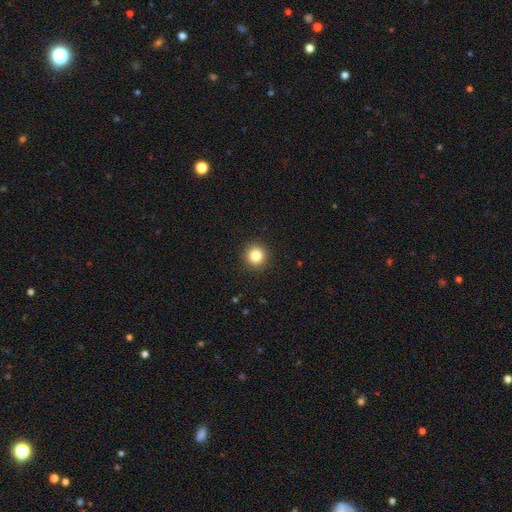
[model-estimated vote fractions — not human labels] smooth-or-featured: smooth: 84% | star or artifact: 11% | featured or disk: 5%
  how-rounded: round: 94% | in between: 5% | cigar-shaped: 1%
  merging: none: 93% | minor disturbance: 5% | major disturbance: 2% | merger: 1%